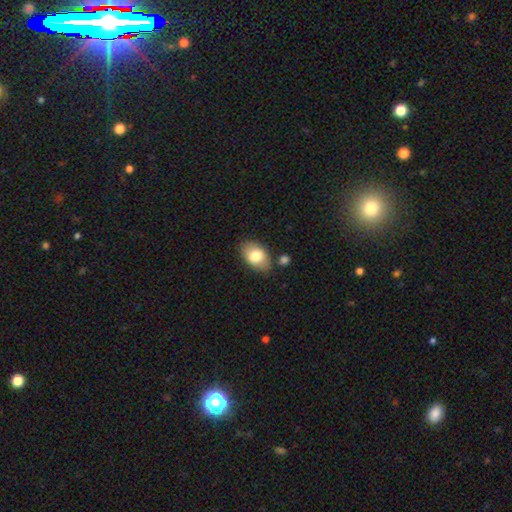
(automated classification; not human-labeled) This appears to be a smooth galaxy with no disk features (77%) that is in between round and cigar-shaped (87%). Merging: none (76%).